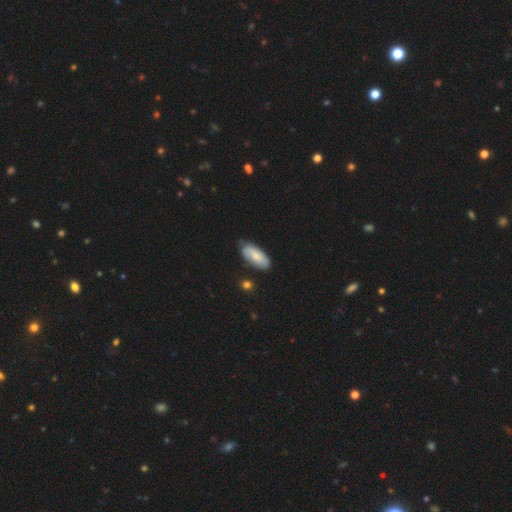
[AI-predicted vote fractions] smooth-or-featured: smooth: 79% | featured or disk: 15% | star or artifact: 6%
  how-rounded: in between: 82% | cigar-shaped: 16% | round: 2%
  merging: none: 73% | minor disturbance: 21% | major disturbance: 3% | merger: 3%